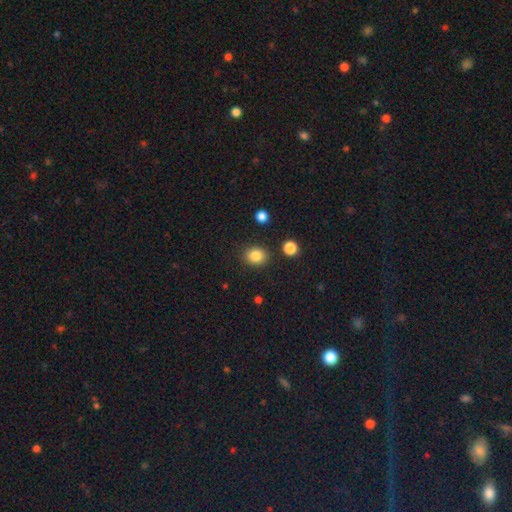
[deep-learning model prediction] smooth-or-featured: smooth: 84% | star or artifact: 11% | featured or disk: 5%
  how-rounded: round: 67% | in between: 32% | cigar-shaped: 1%
  merging: none: 87% | minor disturbance: 8% | merger: 3% | major disturbance: 2%